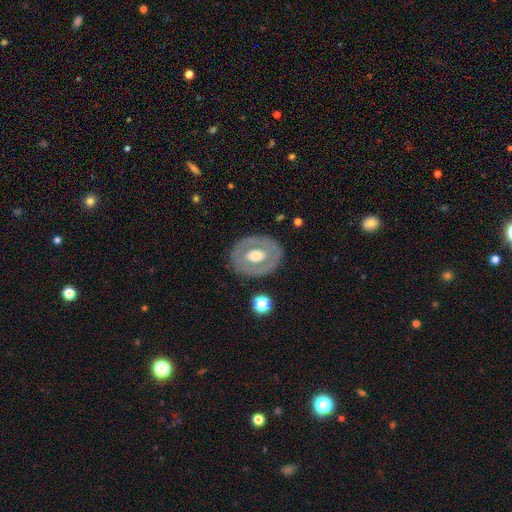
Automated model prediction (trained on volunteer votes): Overall: featured or disk (60%; smooth 34%). Edge-on disk: no (94%). Bar: no (70%). Spiral arms: no (83%). Bulge size: moderate (62%; large 24%). Merging: none (80%).